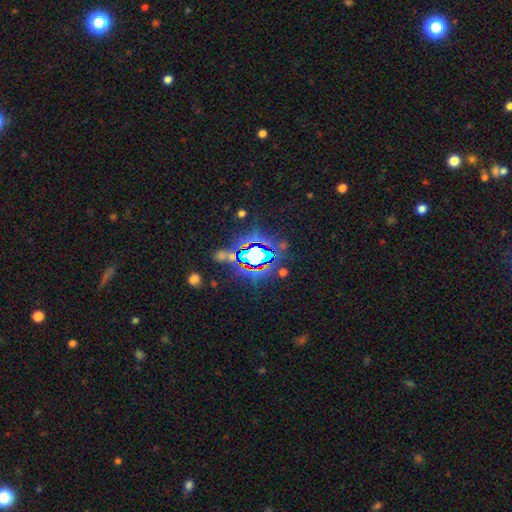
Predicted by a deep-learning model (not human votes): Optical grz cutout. It shows a star or artifact, not a galaxy (71%).